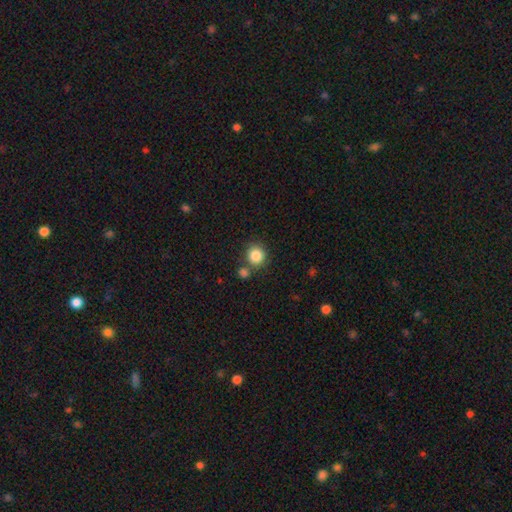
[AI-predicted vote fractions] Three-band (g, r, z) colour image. It shows a smooth galaxy with no disk features (85%) that is round (90%). Merging: none (72%).